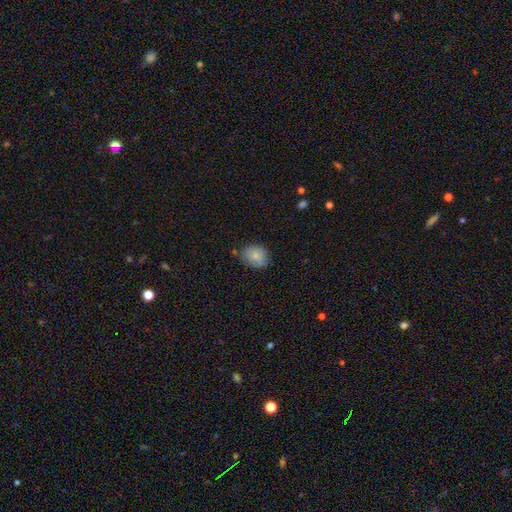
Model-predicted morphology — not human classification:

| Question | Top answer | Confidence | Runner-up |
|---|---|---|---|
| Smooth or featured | smooth | 82% | featured or disk (10%) |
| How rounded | in between | 52% | round (47%) |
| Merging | none | 73% | minor disturbance (20%) |